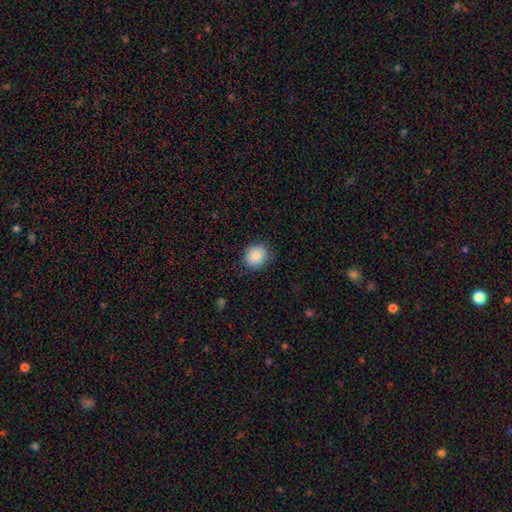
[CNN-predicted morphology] type=smooth (88%); roundness=round (69%); merging=none (82%).